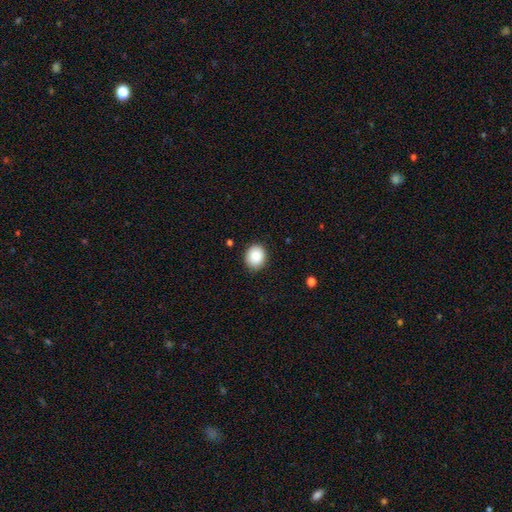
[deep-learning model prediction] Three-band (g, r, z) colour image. It shows a smooth galaxy with no disk features (85%) that is round (71%). Merging: none (89%).